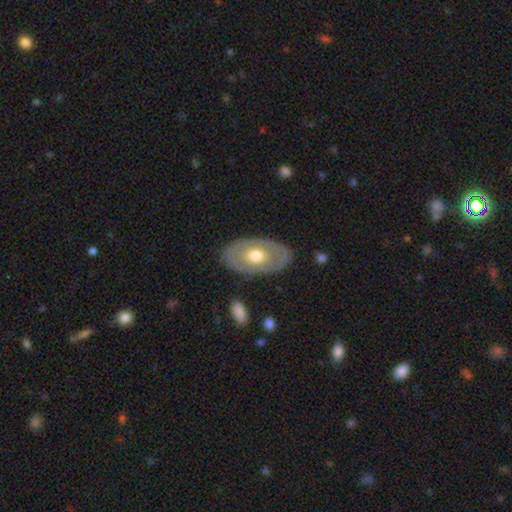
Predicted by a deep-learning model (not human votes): This is possibly a featured or disk galaxy (56%). It is clearly not viewed edge-on (88%). Merging: clearly none (83%).